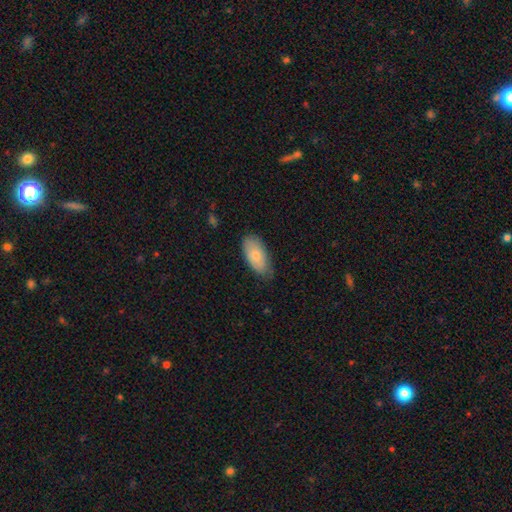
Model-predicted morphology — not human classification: Smooth or featured? Predicted: smooth (p=0.77). How rounded? Predicted: in between (p=0.93). Merging? Predicted: none (p=0.71).